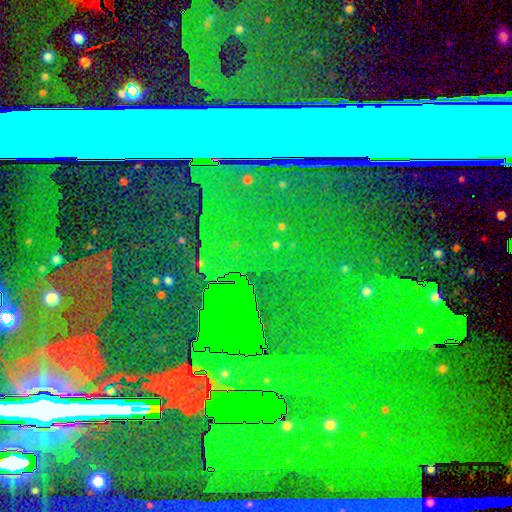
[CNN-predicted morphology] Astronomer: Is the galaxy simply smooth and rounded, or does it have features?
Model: star or artifact — 84%.